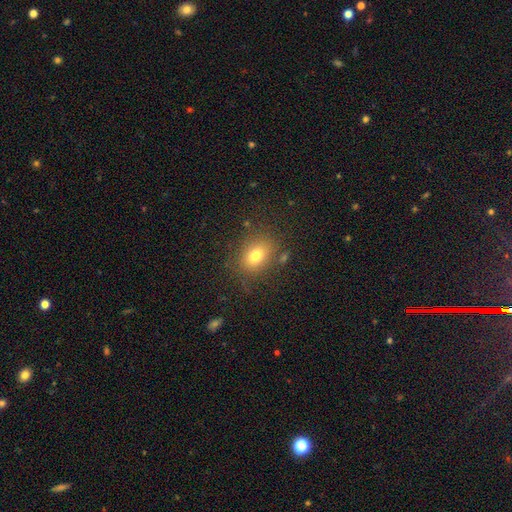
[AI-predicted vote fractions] This appears to be a smooth galaxy with no disk features (76%) that is in between round and cigar-shaped (67%). Merging: none (80%).